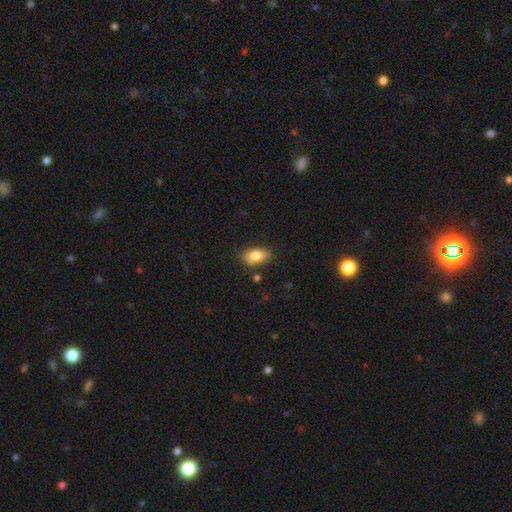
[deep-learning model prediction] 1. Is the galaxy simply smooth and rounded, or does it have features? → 81% smooth, 12% featured or disk, 8% star or artifact.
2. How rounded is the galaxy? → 88% in between, 6% round, 6% cigar-shaped.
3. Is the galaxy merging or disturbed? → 77% none, 17% minor disturbance, 4% merger, 3% major disturbance.